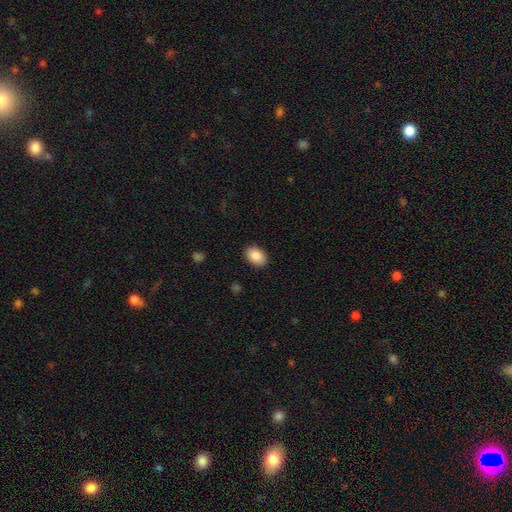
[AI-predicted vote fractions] Smooth or featured: smooth — 88% (star or artifact — 7%)
How rounded: in between — 80% (round — 19%)
Merging: none — 89% (minor disturbance — 8%)